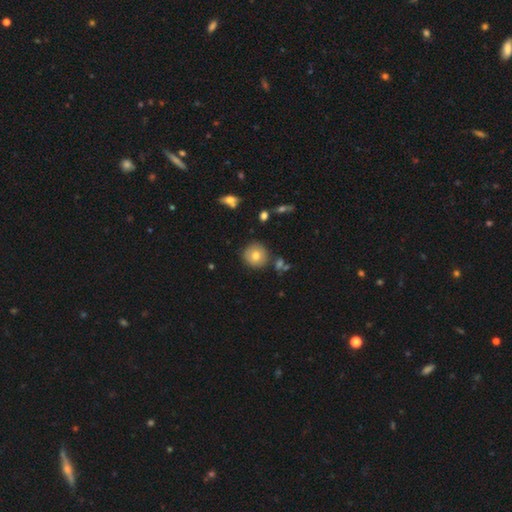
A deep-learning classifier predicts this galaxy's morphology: smooth_or_featured: smooth (p=0.74) [alt: featured or disk p=0.16]
how_rounded: round (p=0.92) [alt: in between p=0.07]
merging: none (p=0.83) [alt: minor disturbance p=0.11]